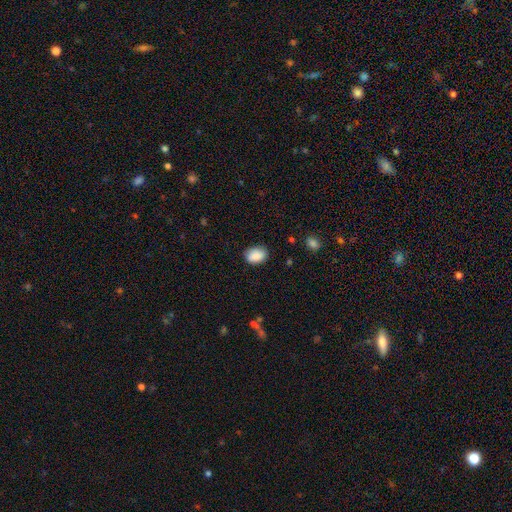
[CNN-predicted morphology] A smooth galaxy with no disk features (89%) that is in between round and cigar-shaped (78%). Merging: none (80%).